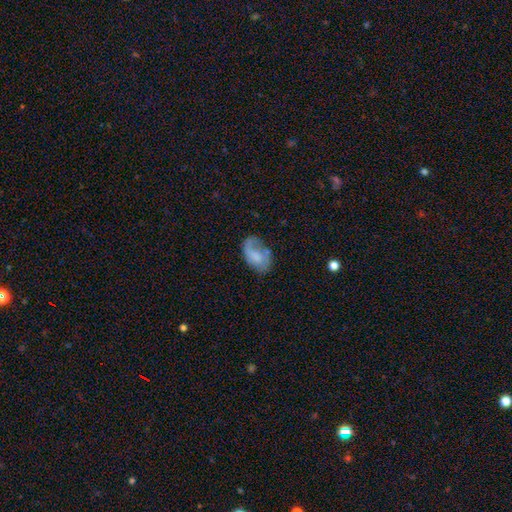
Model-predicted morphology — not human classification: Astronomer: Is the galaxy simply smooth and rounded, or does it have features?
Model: smooth — 51% (runner-up: featured or disk, 41%).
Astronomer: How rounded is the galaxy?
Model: in between — 89%.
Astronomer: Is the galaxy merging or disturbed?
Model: none — 44% (runner-up: minor disturbance, 28%).